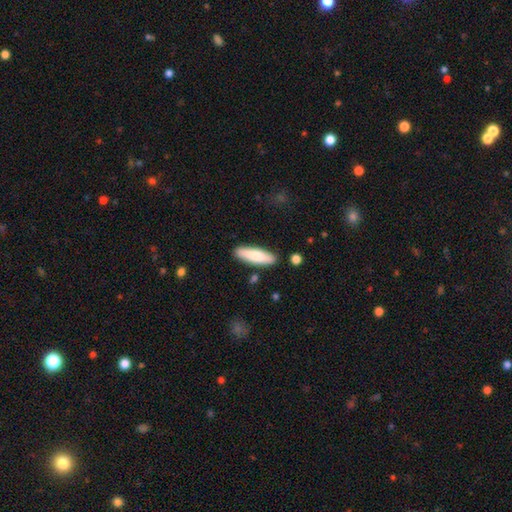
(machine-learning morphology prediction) The model was most divided on "how rounded": cigar-shaped: 59%, in between: 39%, round: 2%. More confident: merging — none (86%); smooth or featured — smooth (78%).